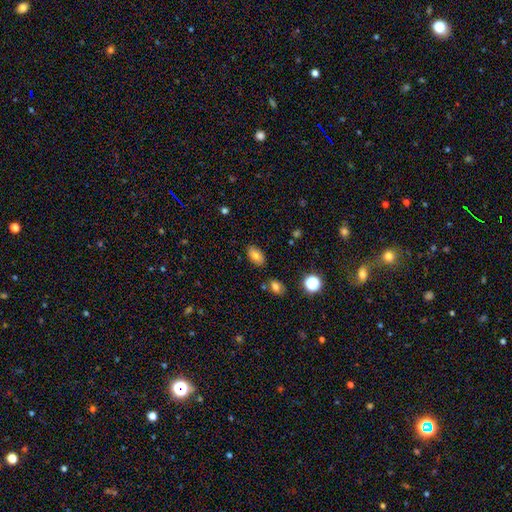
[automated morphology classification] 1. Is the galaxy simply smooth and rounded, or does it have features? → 73% smooth, 16% featured or disk, 11% star or artifact.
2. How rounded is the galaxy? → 91% in between, 7% round, 2% cigar-shaped.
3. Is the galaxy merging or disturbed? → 84% none, 11% minor disturbance, 3% merger, 2% major disturbance.